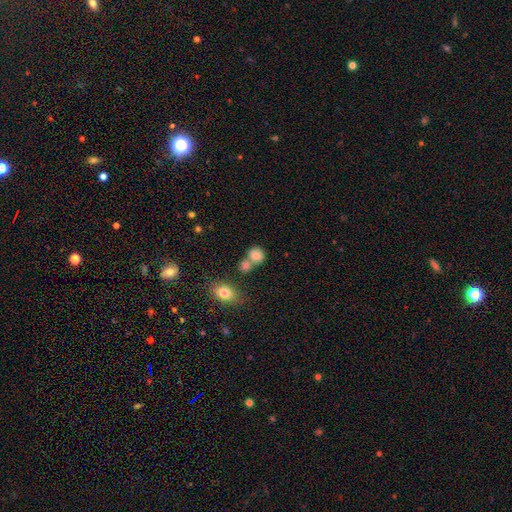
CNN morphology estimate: The model was most divided on "merging": none: 47%, merger: 38%, minor disturbance: 10%, major disturbance: 4%. More confident: smooth or featured — smooth (82%); how rounded — round (75%).